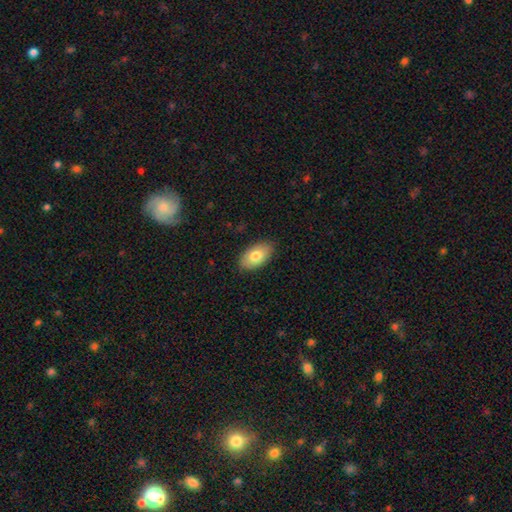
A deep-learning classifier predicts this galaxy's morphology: This is likely a smooth galaxy (78%). How rounded: clearly in between (94%). Merging: clearly none (85%).